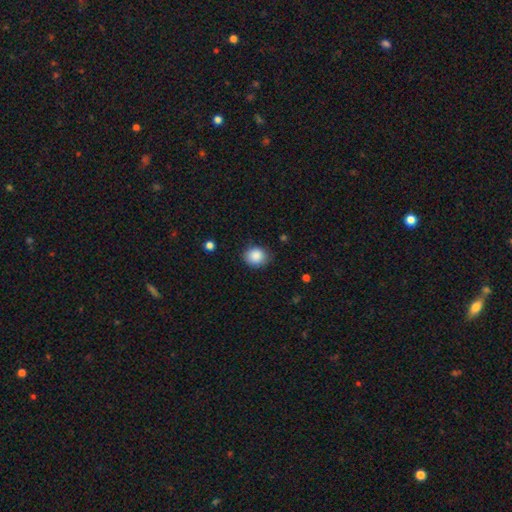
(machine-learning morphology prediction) A smooth galaxy with no disk features (88%) that is round (76%). Merging: none (81%).